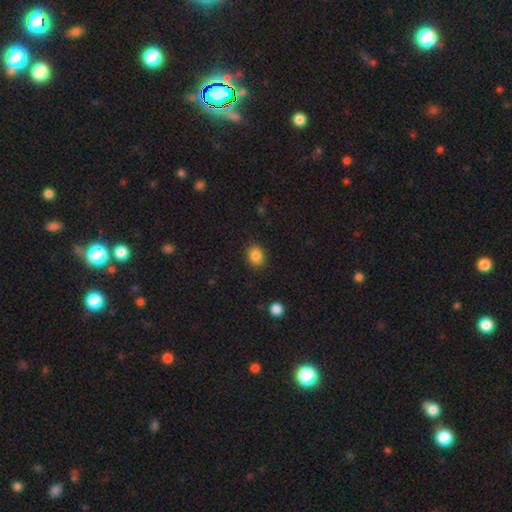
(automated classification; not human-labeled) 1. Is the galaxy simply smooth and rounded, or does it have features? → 86% smooth, 10% star or artifact, 4% featured or disk.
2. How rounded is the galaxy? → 59% round, 40% in between, 1% cigar-shaped.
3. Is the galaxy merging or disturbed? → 87% none, 9% minor disturbance, 3% major disturbance, 1% merger.